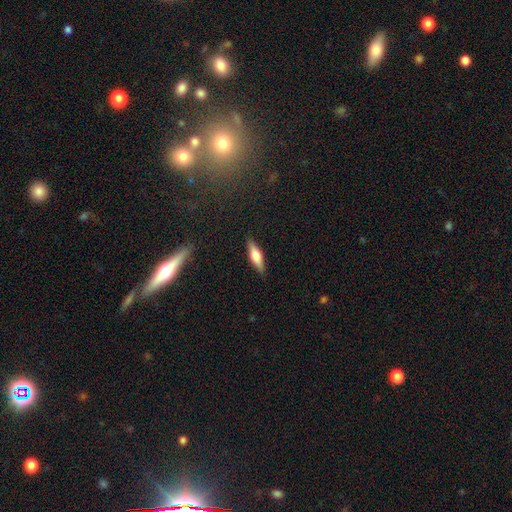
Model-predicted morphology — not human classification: This is possibly a smooth galaxy (55%). How rounded: likely cigar-shaped (63%). Merging: clearly none (88%).